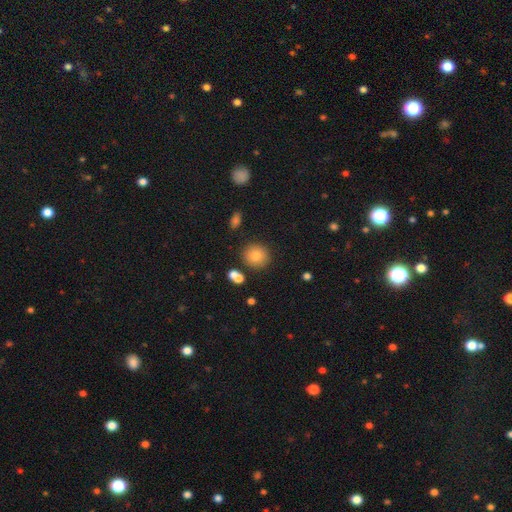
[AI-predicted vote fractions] smooth-or-featured: smooth: 80% | star or artifact: 11% | featured or disk: 9%
  how-rounded: round: 89% | in between: 10% | cigar-shaped: 1%
  merging: none: 83% | minor disturbance: 8% | merger: 7% | major disturbance: 3%